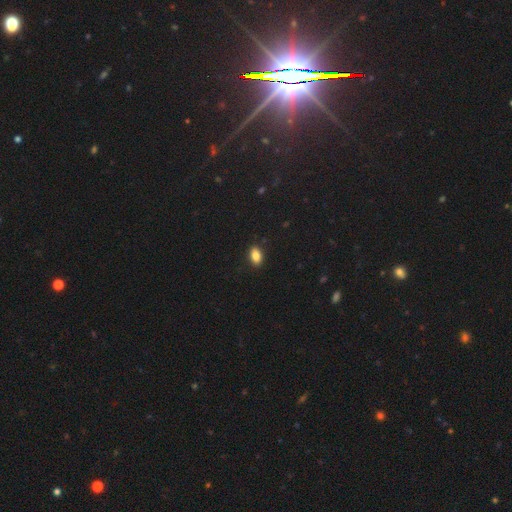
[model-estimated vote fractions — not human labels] smooth-or-featured: smooth: 86% | star or artifact: 9% | featured or disk: 6%
  how-rounded: in between: 89% | round: 8% | cigar-shaped: 3%
  merging: none: 89% | minor disturbance: 8% | major disturbance: 2% | merger: 1%